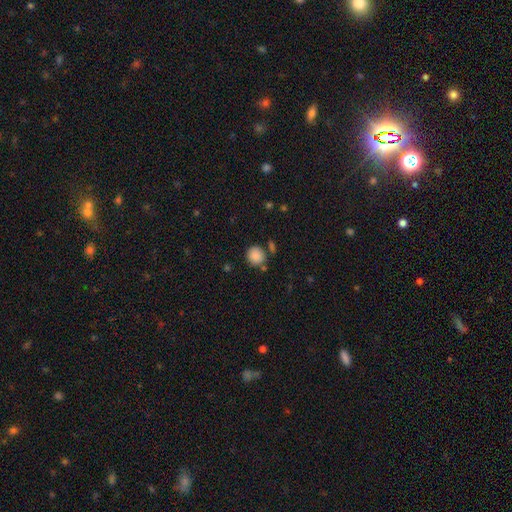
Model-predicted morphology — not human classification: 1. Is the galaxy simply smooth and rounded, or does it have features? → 87% smooth, 9% star or artifact, 4% featured or disk.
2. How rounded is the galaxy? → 85% round, 14% in between, 1% cigar-shaped.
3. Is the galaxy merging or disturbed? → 74% none, 13% minor disturbance, 10% merger, 4% major disturbance.